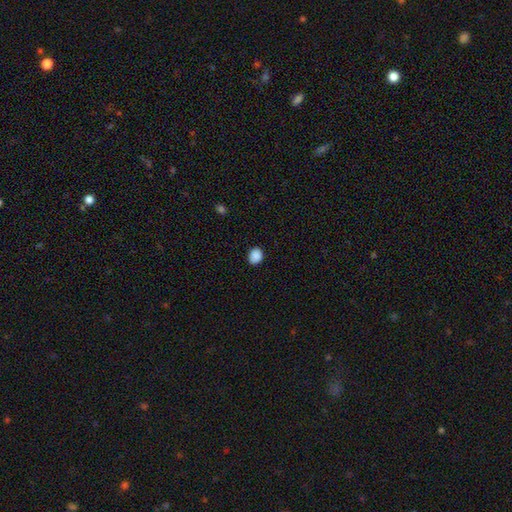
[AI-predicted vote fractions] The model was most divided on "how rounded": round: 63%, in between: 36%, cigar-shaped: 1%. More confident: smooth or featured — smooth (88%); merging — none (86%).